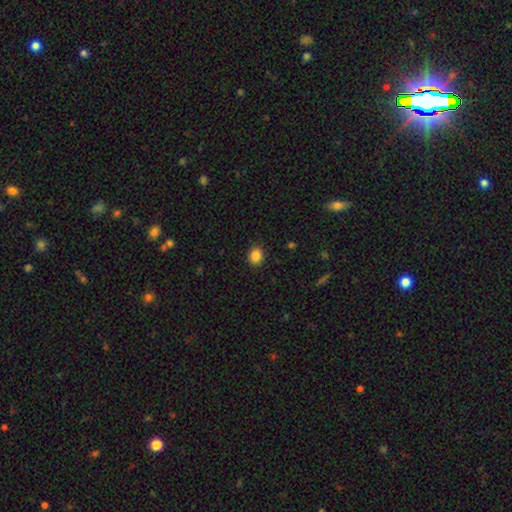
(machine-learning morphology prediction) Smooth or featured: smooth — 87% (star or artifact — 10%)
How rounded: round — 60% (in between — 39%)
Merging: none — 89% (minor disturbance — 8%)